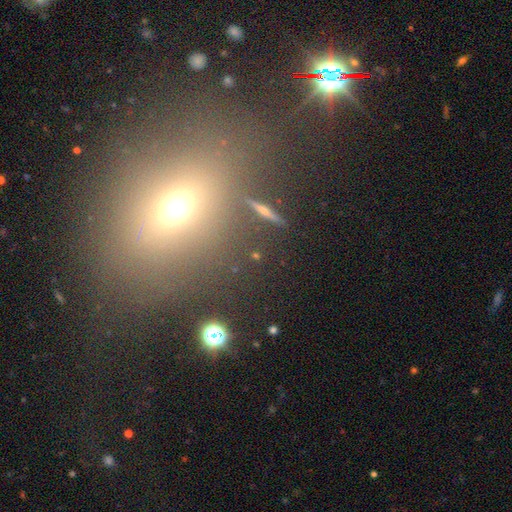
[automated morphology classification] A star or artifact, not a galaxy (40%).

Vote fractions:
- Smooth or featured? star or artifact: 40% / smooth: 33% / featured or disk: 26%